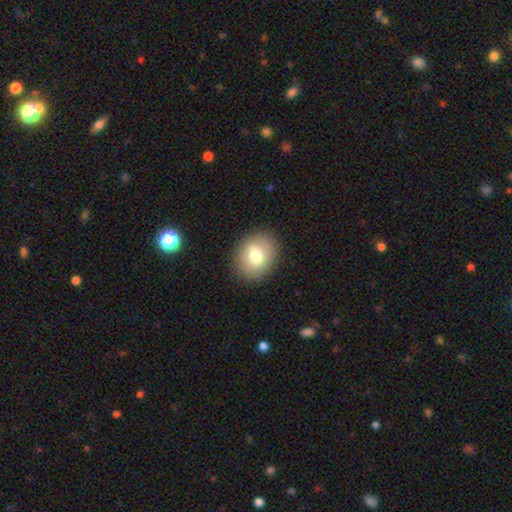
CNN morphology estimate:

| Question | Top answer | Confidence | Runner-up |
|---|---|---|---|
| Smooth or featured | smooth | 71% | featured or disk (19%) |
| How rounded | in between | 50% | round (49%) |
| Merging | none | 87% | minor disturbance (9%) |